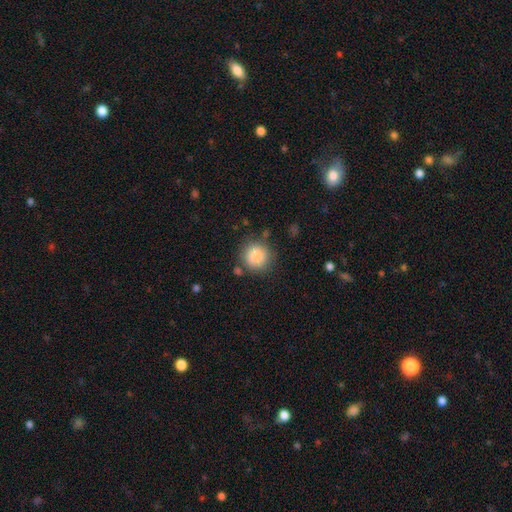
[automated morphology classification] The model was most divided on "merging": none: 78%, minor disturbance: 13%, merger: 5%, major disturbance: 4%. More confident: how rounded — round (92%); smooth or featured — smooth (86%).